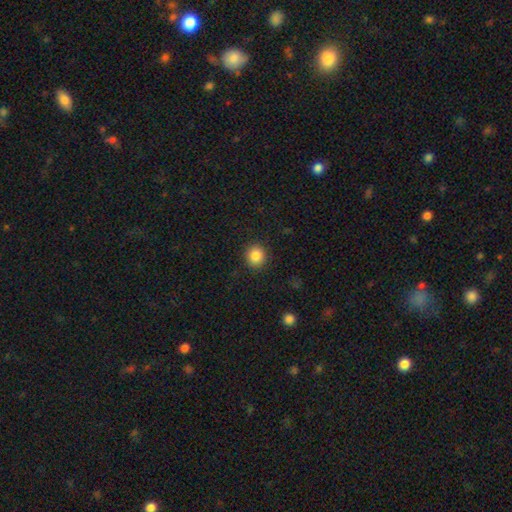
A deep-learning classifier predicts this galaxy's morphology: smooth 86%, star or artifact 10%, featured or disk 4%. Down the decision tree: how rounded — round (87%); merging — none (91%).